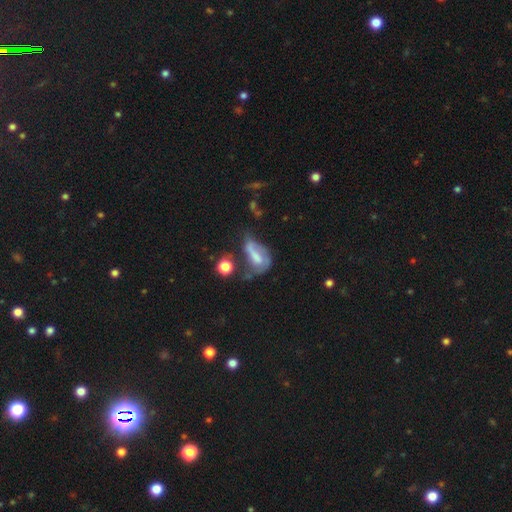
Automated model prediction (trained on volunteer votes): A smooth galaxy with no disk features (45%).

Vote fractions:
- Smooth or featured? smooth: 45% / featured or disk: 43% / star or artifact: 12%
- Merging? major disturbance: 39% / minor disturbance: 23% / none: 22% / merger: 16%